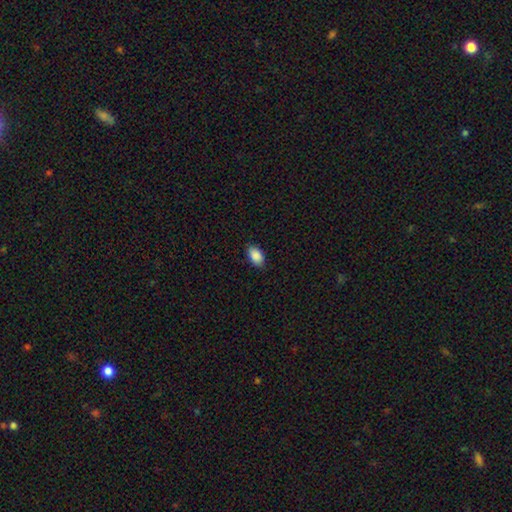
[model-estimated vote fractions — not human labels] Smooth or featured?
  - smooth: 90% *
  - star or artifact: 7%
  - featured or disk: 4%
How rounded?
  - in between: 92% *
  - round: 6%
  - cigar-shaped: 2%
Merging?
  - none: 86% *
  - minor disturbance: 11%
  - major disturbance: 2%
  - merger: 1%